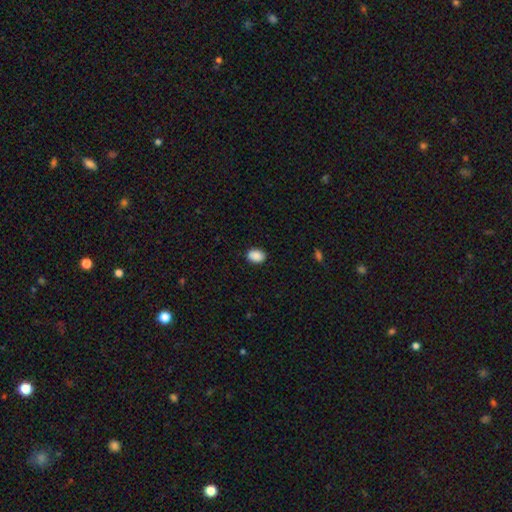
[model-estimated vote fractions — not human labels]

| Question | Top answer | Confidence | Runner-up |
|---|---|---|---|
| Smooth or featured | smooth | 90% | star or artifact (8%) |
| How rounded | in between | 79% | round (19%) |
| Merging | none | 87% | minor disturbance (10%) |